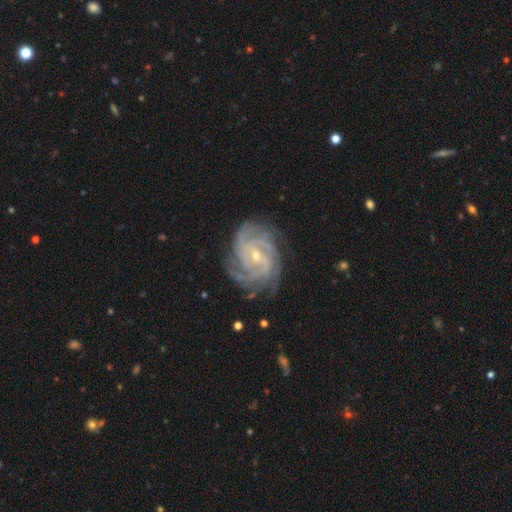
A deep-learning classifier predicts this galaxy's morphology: smooth_or_featured: featured or disk (p=0.91) [alt: star or artifact p=0.05]
disk_edge_on: no (p=0.98) [alt: yes p=0.02]
bar: no (p=0.44) [alt: weak p=0.42]
has_spiral_arms: yes (p=0.98) [alt: no p=0.02]
spiral_winding: tight (p=0.69) [alt: medium p=0.27]
spiral_arm_count: 4 (p=0.32) [alt: 3 p=0.21]
bulge_size: small (p=0.70) [alt: moderate p=0.27]
merging: none (p=0.76) [alt: minor disturbance p=0.17]